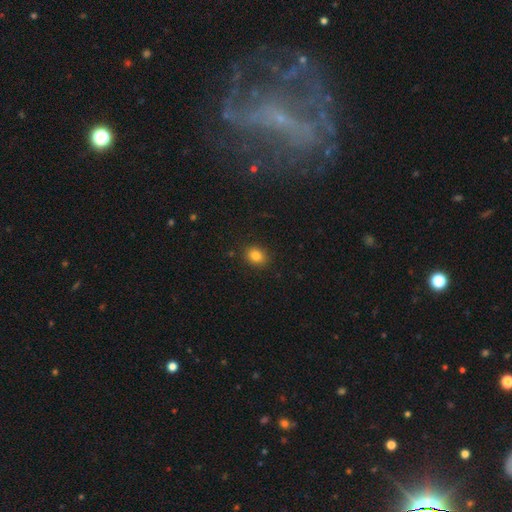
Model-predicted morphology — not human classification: The model was most divided on "how rounded": in between: 51%, round: 48%, cigar-shaped: 1%. More confident: merging — none (88%); smooth or featured — smooth (82%).